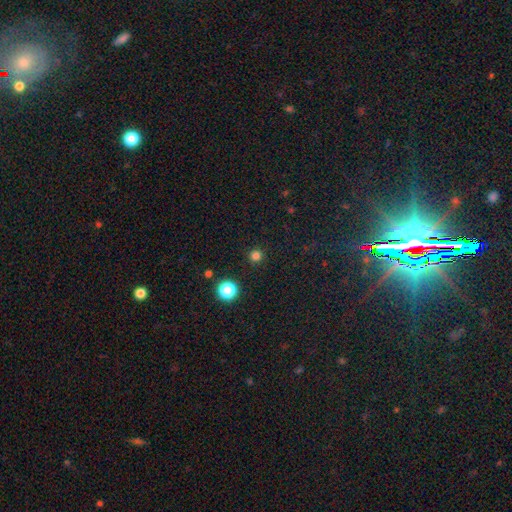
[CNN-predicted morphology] A smooth galaxy with no disk features (79%) that is round (96%).

Vote fractions:
- Smooth or featured? smooth: 79% / star or artifact: 17% / featured or disk: 4%
- How rounded? round: 96% / in between: 3% / cigar-shaped: 1%
- Merging? none: 92% / minor disturbance: 5% / major disturbance: 2% / merger: 1%